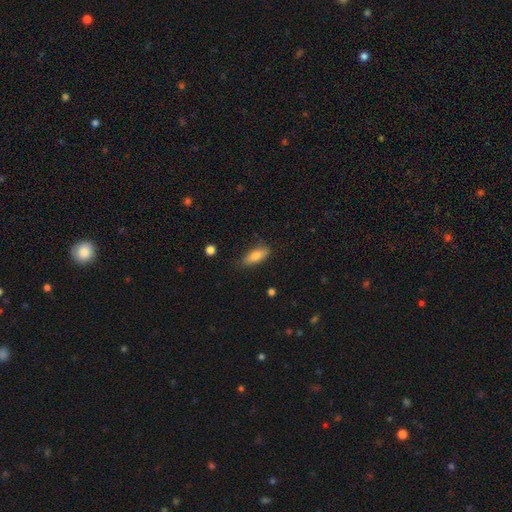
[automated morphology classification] Smooth or featured: smooth — 76% (featured or disk — 17%)
How rounded: in between — 66% (cigar-shaped — 31%)
Merging: none — 79% (minor disturbance — 17%)